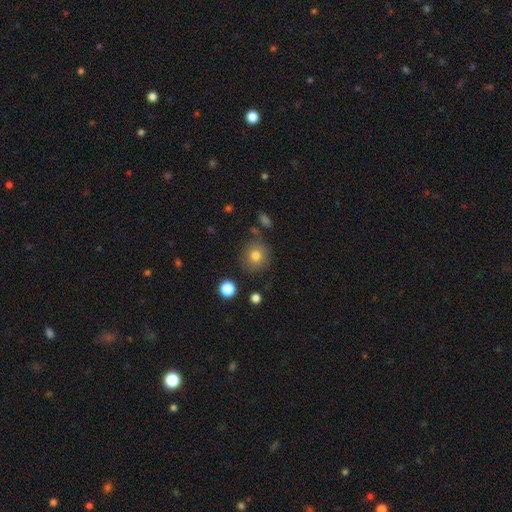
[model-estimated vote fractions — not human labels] smooth_or_featured: smooth (p=0.78) [alt: star or artifact p=0.12]
how_rounded: round (p=0.90) [alt: in between p=0.09]
merging: none (p=0.83) [alt: minor disturbance p=0.10]